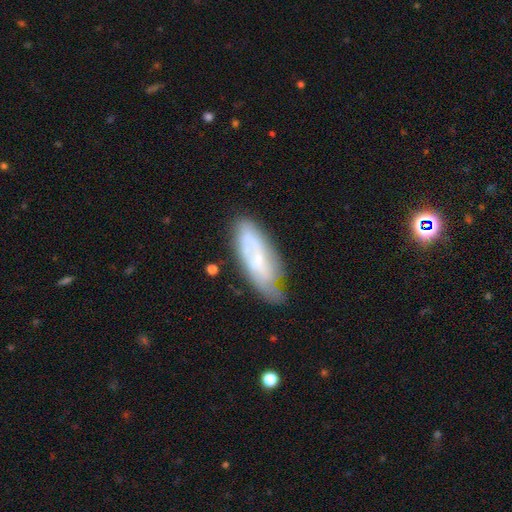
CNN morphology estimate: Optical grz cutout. It shows a featured or disk galaxy (58%). Merging: none (63%).